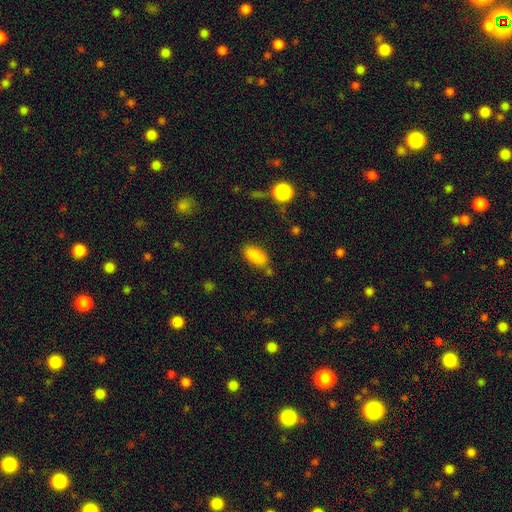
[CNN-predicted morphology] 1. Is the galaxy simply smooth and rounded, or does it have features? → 87% smooth, 8% star or artifact, 5% featured or disk.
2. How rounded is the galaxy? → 86% in between, 12% cigar-shaped, 3% round.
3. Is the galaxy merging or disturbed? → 76% none, 14% minor disturbance, 6% merger, 4% major disturbance.